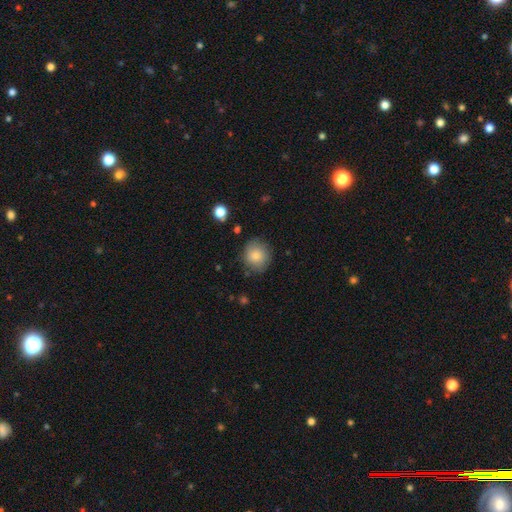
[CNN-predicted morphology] smooth 84%, star or artifact 8%, featured or disk 8%. Down the decision tree: how rounded — round (87%); merging — none (82%).